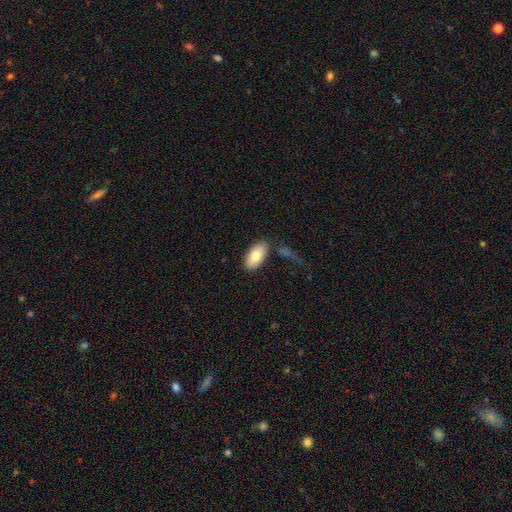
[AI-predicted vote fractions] A smooth galaxy with no disk features (81%) that is in between round and cigar-shaped (94%). Merging: none (77%).